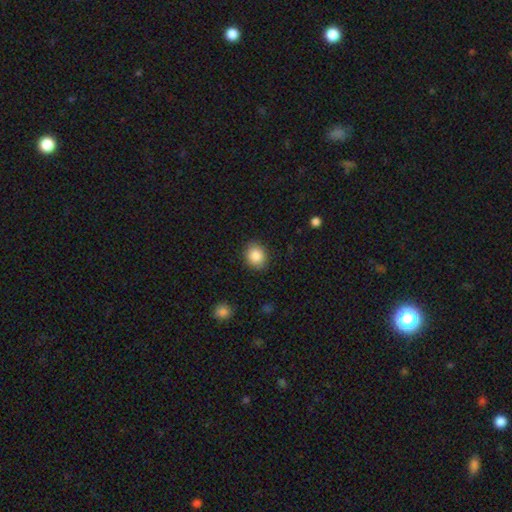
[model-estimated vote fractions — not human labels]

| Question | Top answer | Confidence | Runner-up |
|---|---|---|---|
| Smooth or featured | smooth | 87% | star or artifact (8%) |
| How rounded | round | 69% | in between (30%) |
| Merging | none | 88% | minor disturbance (9%) |